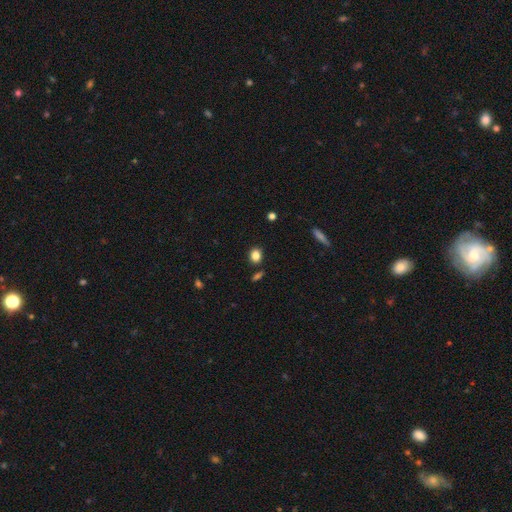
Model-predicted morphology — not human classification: smooth 84%, star or artifact 11%, featured or disk 5%. Down the decision tree: how rounded — round (60%); merging — none (85%).